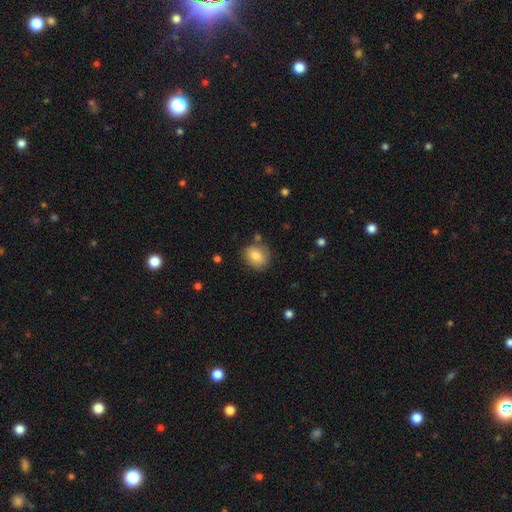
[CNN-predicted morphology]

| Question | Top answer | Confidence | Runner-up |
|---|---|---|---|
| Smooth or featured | smooth | 80% | featured or disk (11%) |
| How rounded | round | 61% | in between (38%) |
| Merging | none | 77% | minor disturbance (15%) |